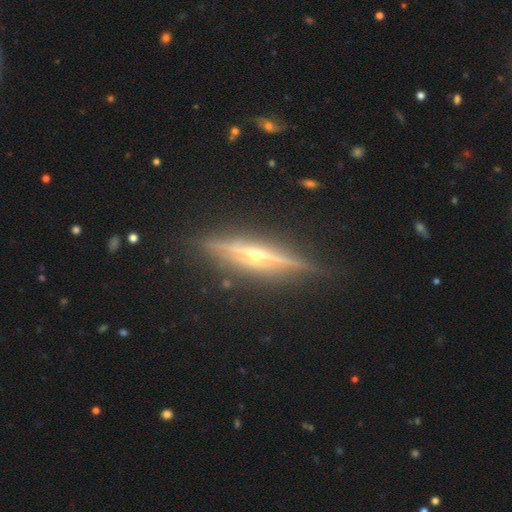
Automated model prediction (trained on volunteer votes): This appears to be a featured or disk galaxy (85%) viewed edge-on (97%) with a rounded central bulge (88%). Merging: none (88%).